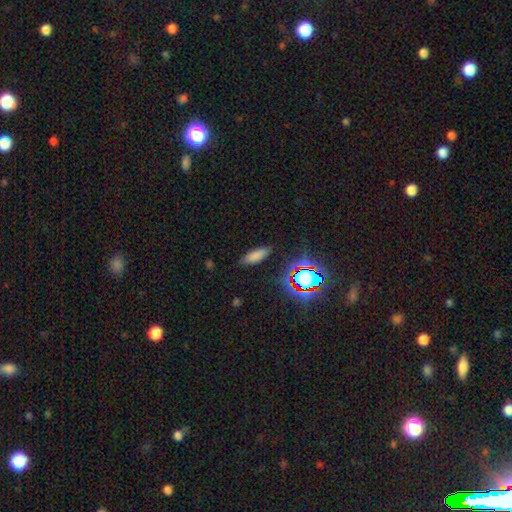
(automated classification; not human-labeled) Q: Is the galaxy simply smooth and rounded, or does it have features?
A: smooth — 75%.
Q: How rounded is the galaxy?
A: in between — 61%.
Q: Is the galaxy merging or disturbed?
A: none — 84%.